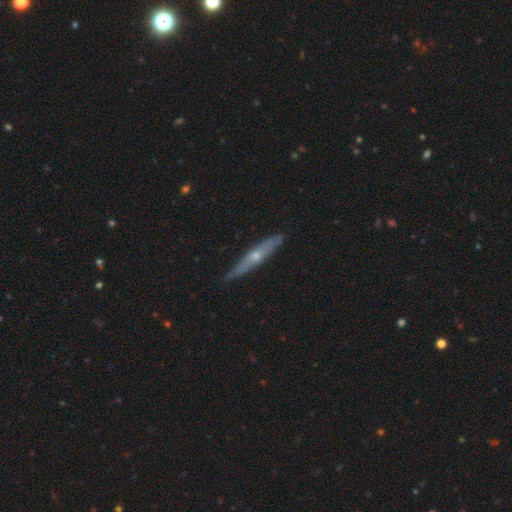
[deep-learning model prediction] smooth-or-featured: featured or disk: 64% | smooth: 31% | star or artifact: 6%
  disk-edge-on: yes: 90% | no: 10%
    edge-on-bulge: rounded: 78% | none: 19% | boxy: 3%
  merging: none: 84% | minor disturbance: 13% | major disturbance: 2% | merger: 1%